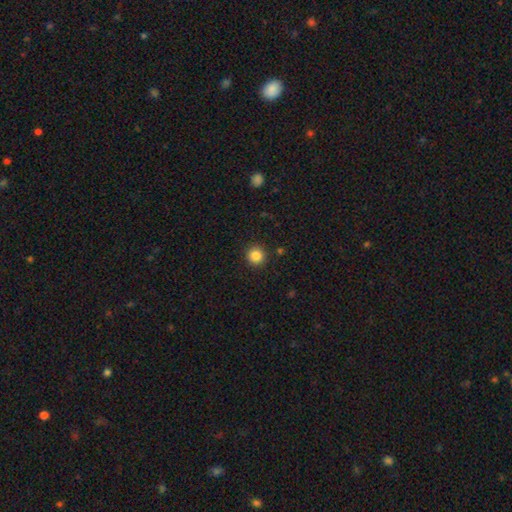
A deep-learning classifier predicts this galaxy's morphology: Smooth or featured?
  - smooth: 85% *
  - star or artifact: 11%
  - featured or disk: 4%
How rounded?
  - round: 94% *
  - in between: 5%
  - cigar-shaped: 1%
Merging?
  - none: 91% *
  - minor disturbance: 5%
  - major disturbance: 2%
  - merger: 1%